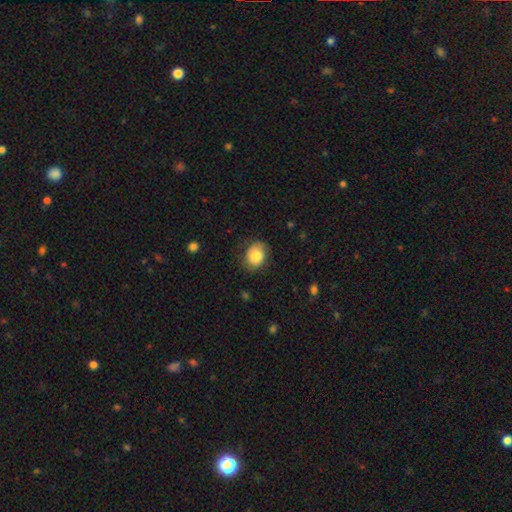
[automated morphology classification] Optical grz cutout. It shows a smooth galaxy with no disk features (80%) that is in between round and cigar-shaped (54%). Merging: none (68%).